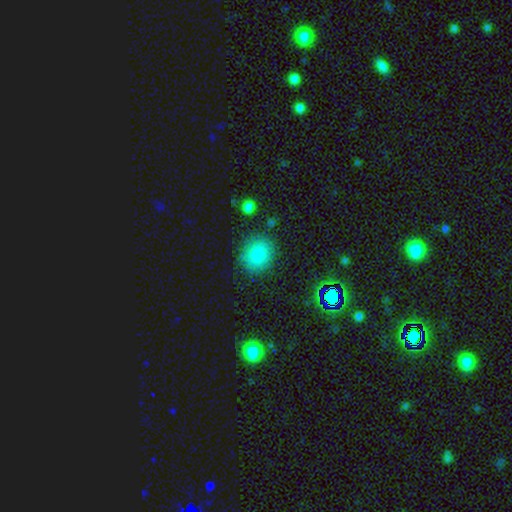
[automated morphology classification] This appears to be a smooth galaxy with no disk features (84%) that is round (71%). Merging: none (82%).